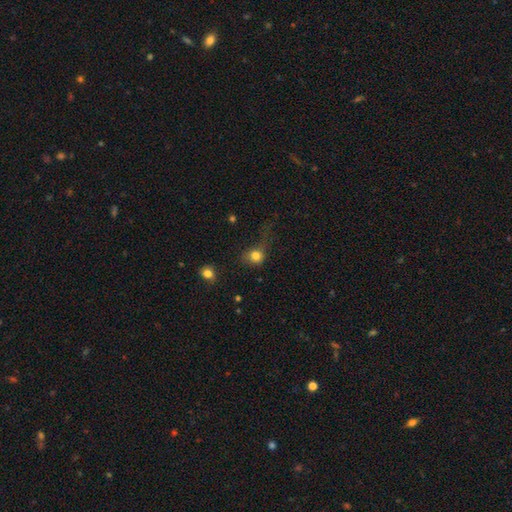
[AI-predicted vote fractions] This is likely a smooth galaxy (80%). How rounded: likely round (77%). Merging: marginally none (40%).